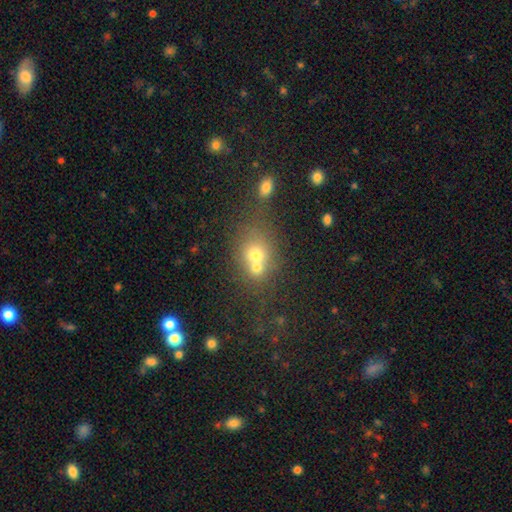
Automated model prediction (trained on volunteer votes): Smooth or featured: smooth — 66% (featured or disk — 18%)
How rounded: round — 66% (in between — 32%)
Merging: merger — 56% (none — 32%)